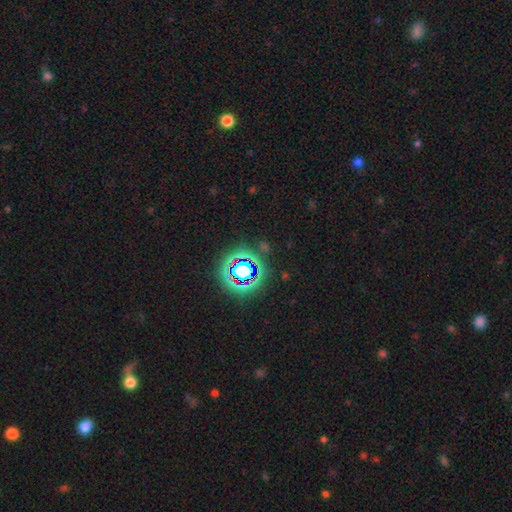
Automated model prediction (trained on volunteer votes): The model was most divided on "smooth or featured": star or artifact: 81%, smooth: 12%, featured or disk: 8%.